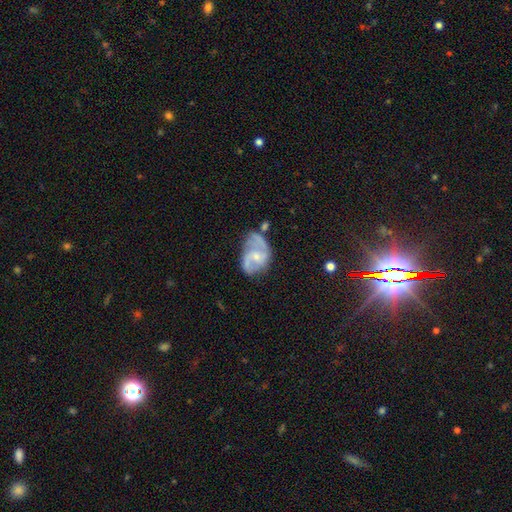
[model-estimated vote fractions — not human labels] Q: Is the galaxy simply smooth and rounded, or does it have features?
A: featured or disk — 76%.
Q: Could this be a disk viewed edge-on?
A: no — 98%.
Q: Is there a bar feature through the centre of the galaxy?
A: no — 54%.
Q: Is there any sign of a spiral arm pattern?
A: yes — 89%.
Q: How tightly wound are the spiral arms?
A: medium — 48%.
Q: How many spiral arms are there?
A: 2 — 79%.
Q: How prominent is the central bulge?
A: small — 56%.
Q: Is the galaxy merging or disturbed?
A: none — 42%.